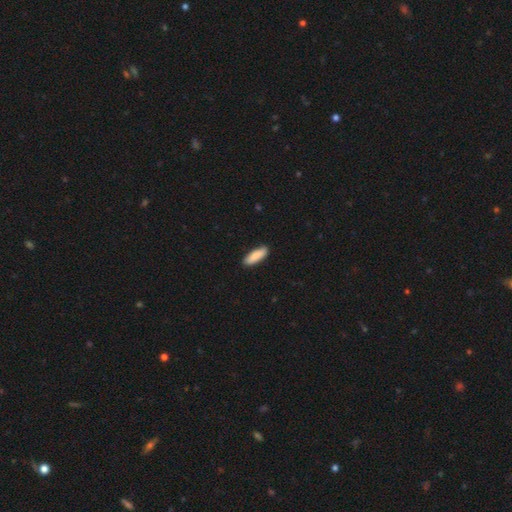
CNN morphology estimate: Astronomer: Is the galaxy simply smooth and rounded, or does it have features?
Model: smooth — 89%.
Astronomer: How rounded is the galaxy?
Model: in between — 53% (runner-up: cigar-shaped, 45%).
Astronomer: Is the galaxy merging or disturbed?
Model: none — 88%.